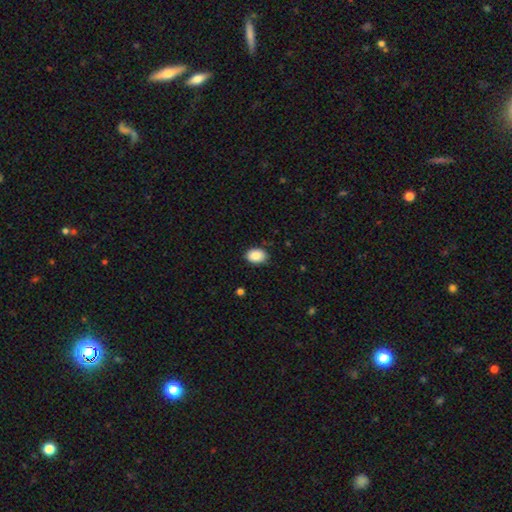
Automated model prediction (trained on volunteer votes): Smooth or featured: smooth — 89% (star or artifact — 7%)
How rounded: in between — 81% (round — 18%)
Merging: none — 86% (minor disturbance — 11%)